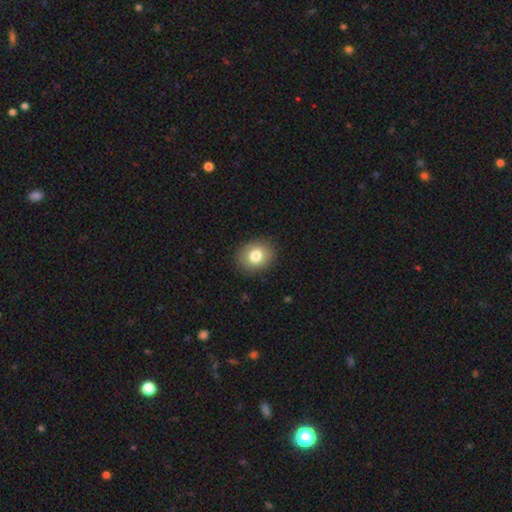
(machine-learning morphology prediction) Smooth or featured?
  - smooth: 80% *
  - featured or disk: 11%
  - star or artifact: 9%
How rounded?
  - round: 56% *
  - in between: 43%
  - cigar-shaped: 1%
Merging?
  - none: 88% *
  - minor disturbance: 8%
  - major disturbance: 2%
  - merger: 1%